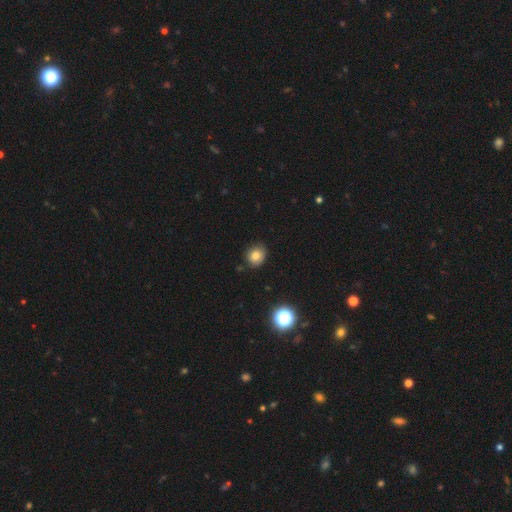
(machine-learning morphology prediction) smooth 79%, star or artifact 12%, featured or disk 8%. Down the decision tree: how rounded — round (74%); merging — none (80%).